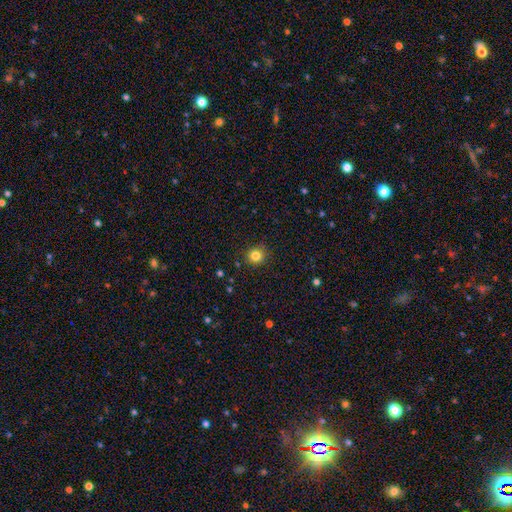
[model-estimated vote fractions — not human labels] Smooth or featured?
  - smooth: 83% *
  - star or artifact: 12%
  - featured or disk: 5%
How rounded?
  - round: 92% *
  - in between: 7%
  - cigar-shaped: 1%
Merging?
  - none: 88% *
  - minor disturbance: 8%
  - major disturbance: 2%
  - merger: 1%